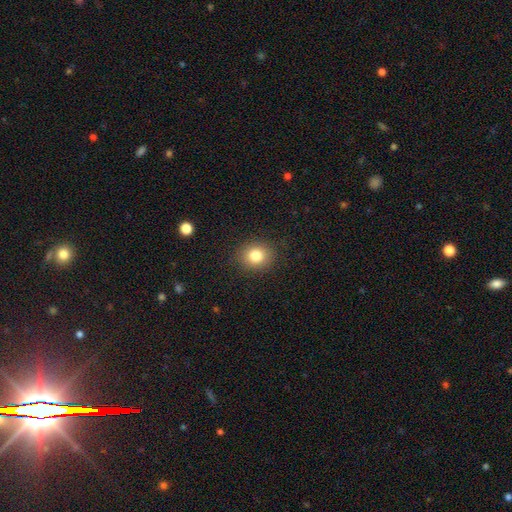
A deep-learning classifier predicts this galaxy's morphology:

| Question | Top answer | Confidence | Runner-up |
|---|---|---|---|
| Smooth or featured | smooth | 81% | star or artifact (11%) |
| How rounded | round | 71% | in between (29%) |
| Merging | none | 88% | minor disturbance (8%) |